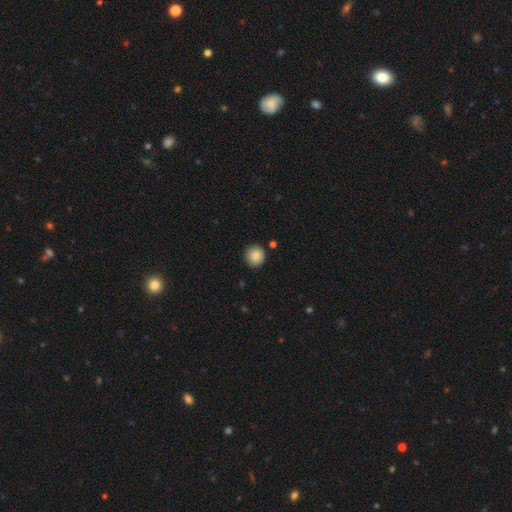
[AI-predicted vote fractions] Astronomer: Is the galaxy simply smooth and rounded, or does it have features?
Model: smooth — 87%.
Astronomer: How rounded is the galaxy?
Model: round — 90%.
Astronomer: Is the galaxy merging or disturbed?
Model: none — 88%.